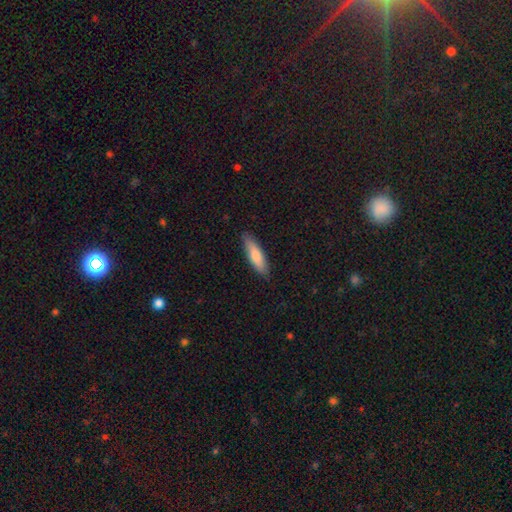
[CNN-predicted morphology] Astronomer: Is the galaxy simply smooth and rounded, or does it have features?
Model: smooth — 75%.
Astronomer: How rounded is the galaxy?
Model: cigar-shaped — 66%.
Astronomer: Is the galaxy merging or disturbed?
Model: none — 87%.